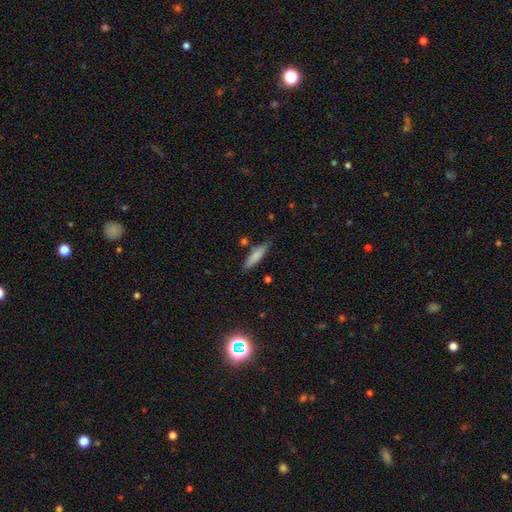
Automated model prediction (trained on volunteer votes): The model was most divided on "how rounded": cigar-shaped: 75%, in between: 23%, round: 2%. More confident: smooth or featured — smooth (80%); merging — none (80%).